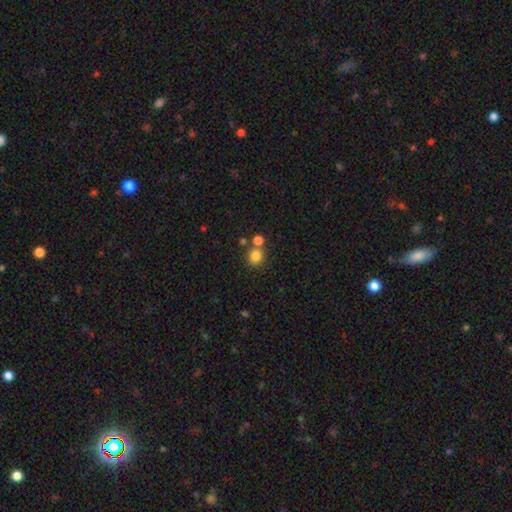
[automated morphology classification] Q: Smooth or featured?
A: smooth (82%); runner-up: star or artifact (12%)
Q: How rounded?
A: round (84%); runner-up: in between (15%)
Q: Merging?
A: none (67%); runner-up: merger (21%)